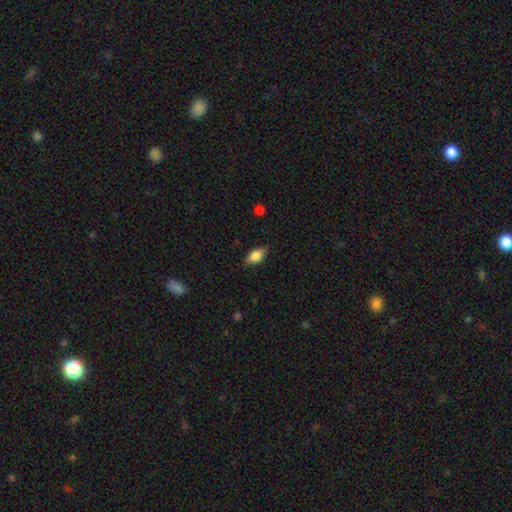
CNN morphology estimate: Smooth or featured: smooth — 80% (featured or disk — 13%)
How rounded: in between — 87% (cigar-shaped — 8%)
Merging: none — 81% (minor disturbance — 15%)